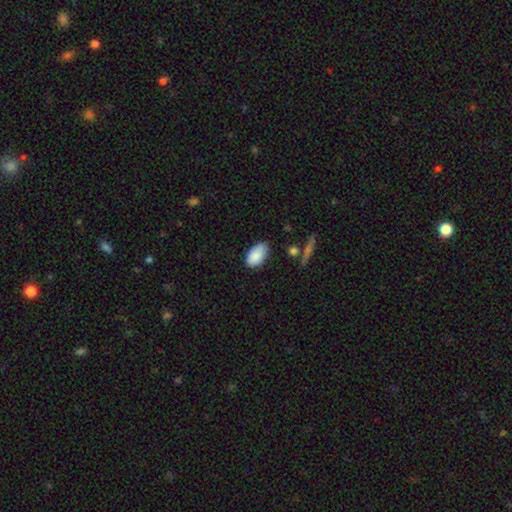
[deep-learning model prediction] Morphology: type=smooth (86%); roundness=in between (94%); merging=none (71%).